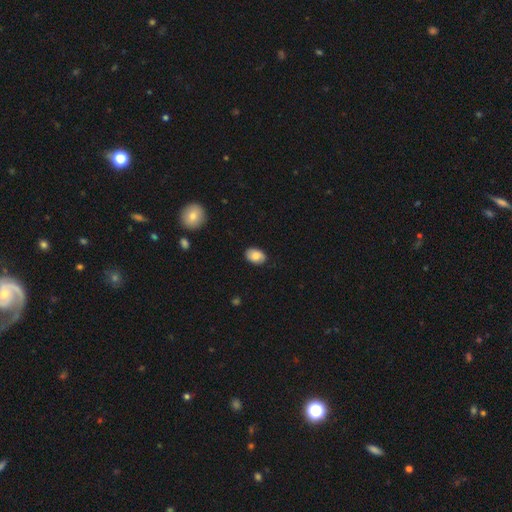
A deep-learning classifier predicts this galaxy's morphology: smooth-or-featured: smooth: 80% | featured or disk: 12% | star or artifact: 7%
  how-rounded: in between: 85% | round: 14% | cigar-shaped: 1%
  merging: none: 85% | minor disturbance: 12% | major disturbance: 2% | merger: 1%